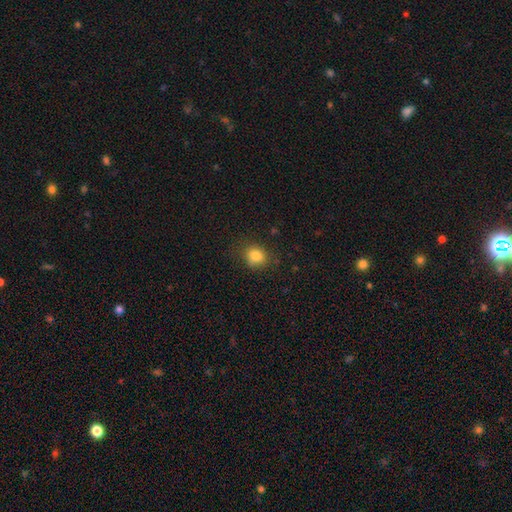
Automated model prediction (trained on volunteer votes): The model was most divided on "how rounded": round: 72%, in between: 27%, cigar-shaped: 1%. More confident: smooth or featured — smooth (83%); merging — none (80%).